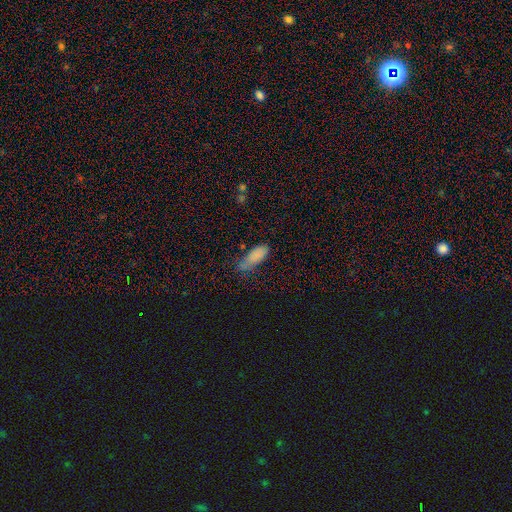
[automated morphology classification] smooth-or-featured: smooth: 82% | star or artifact: 9% | featured or disk: 8%
  how-rounded: in between: 75% | cigar-shaped: 22% | round: 3%
  merging: none: 44% | minor disturbance: 36% | major disturbance: 15% | merger: 5%